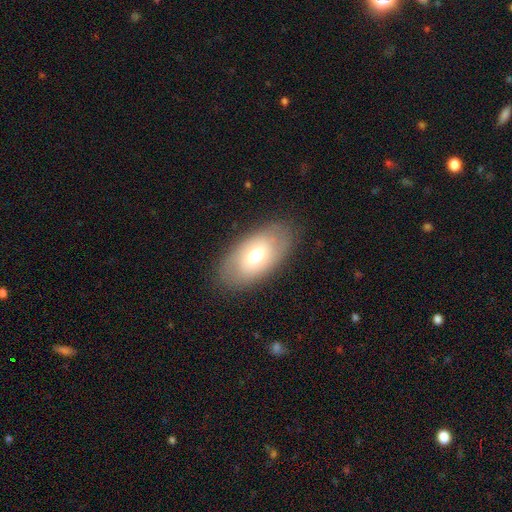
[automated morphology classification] Smooth or featured? Predicted: smooth (p=0.61). How rounded? Predicted: in between (p=0.93). Merging? Predicted: none (p=0.83).